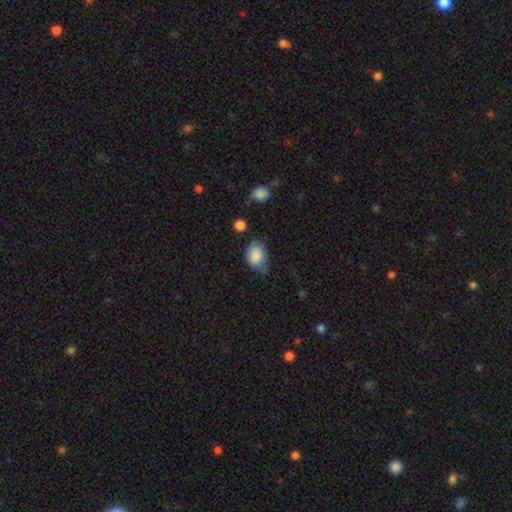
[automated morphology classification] This is clearly a smooth galaxy (85%). How rounded: likely in between (72%). Merging: possibly none (46%).